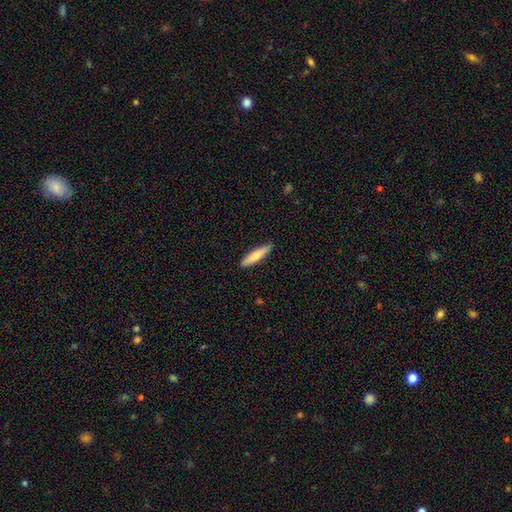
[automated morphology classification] type=smooth (70%); roundness=cigar-shaped (82%); merging=none (90%).